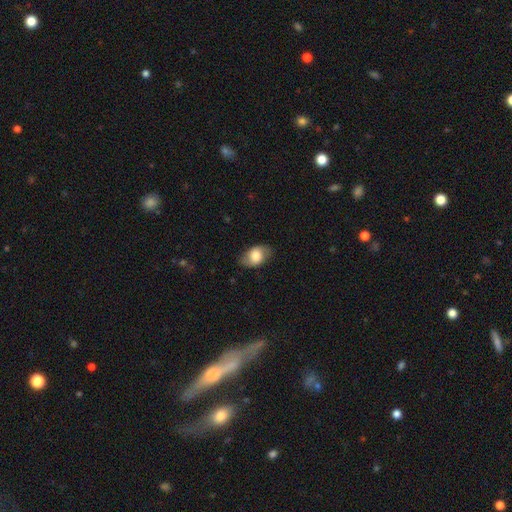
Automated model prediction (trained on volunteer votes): Smooth or featured? Predicted: smooth (p=0.72). How rounded? Predicted: in between (p=0.88). Merging? Predicted: none (p=0.80).